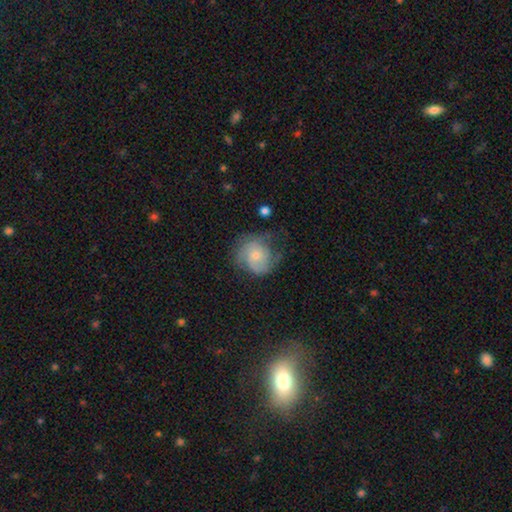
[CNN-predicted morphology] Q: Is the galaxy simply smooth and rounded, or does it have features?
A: featured or disk — 52%.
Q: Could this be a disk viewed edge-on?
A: no — 97%.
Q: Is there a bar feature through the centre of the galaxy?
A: no — 78%.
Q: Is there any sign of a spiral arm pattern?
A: yes — 82%.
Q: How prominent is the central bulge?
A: small — 56%.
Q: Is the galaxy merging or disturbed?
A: none — 53%.